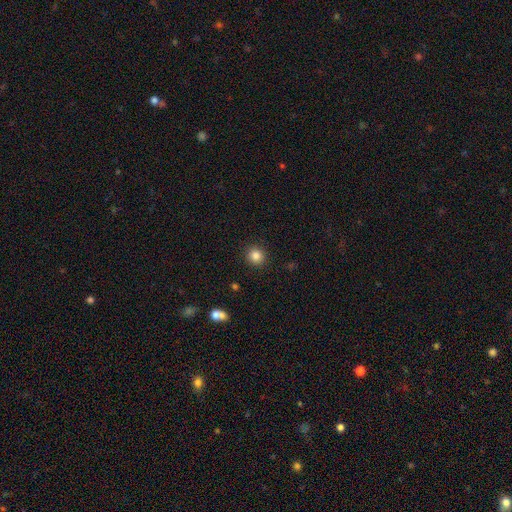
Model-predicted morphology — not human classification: smooth_or_featured: smooth (p=0.84) [alt: star or artifact p=0.11]
how_rounded: round (p=0.90) [alt: in between p=0.09]
merging: none (p=0.91) [alt: minor disturbance p=0.06]